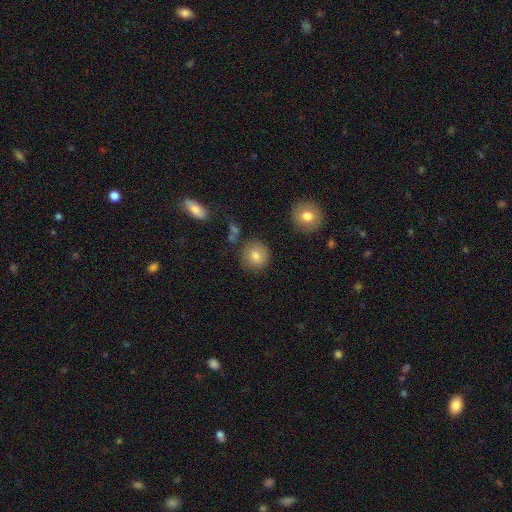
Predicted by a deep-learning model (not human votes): smooth_or_featured: smooth (p=0.80) [alt: featured or disk p=0.10]
how_rounded: round (p=0.91) [alt: in between p=0.08]
merging: none (p=0.84) [alt: minor disturbance p=0.09]